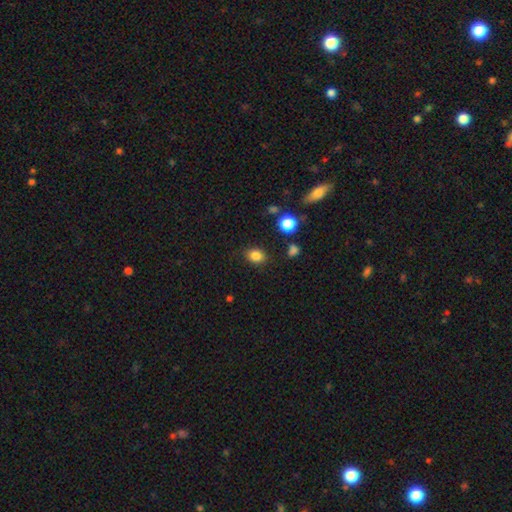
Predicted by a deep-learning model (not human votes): smooth_or_featured: smooth (p=0.83) [alt: star or artifact p=0.12]
how_rounded: in between (p=0.59) [alt: round p=0.40]
merging: none (p=0.82) [alt: minor disturbance p=0.12]